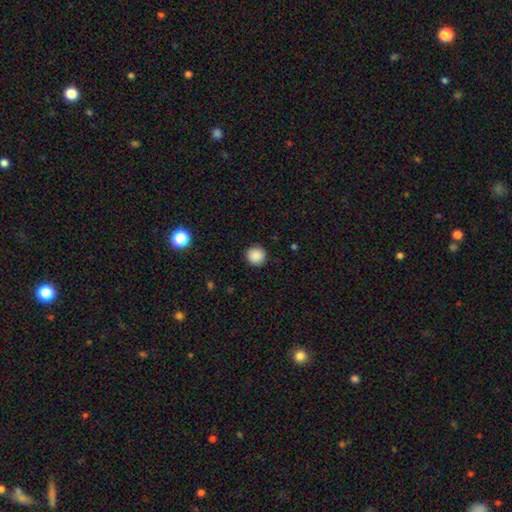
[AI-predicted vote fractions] Morphology: type=smooth (88%); roundness=round (94%); merging=none (91%).